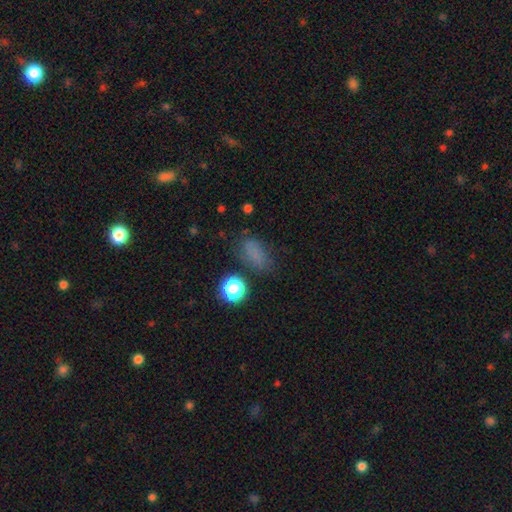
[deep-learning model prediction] This is likely a smooth galaxy (71%). How rounded: likely in between (77%). Merging: likely none (63%).